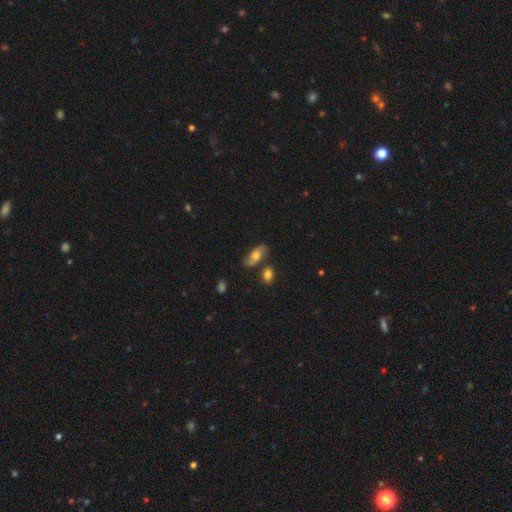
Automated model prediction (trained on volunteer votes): Smooth or featured?
  - smooth: 56% *
  - featured or disk: 36%
  - star or artifact: 8%
How rounded?
  - in between: 83% *
  - cigar-shaped: 11%
  - round: 5%
Merging?
  - none: 71% *
  - minor disturbance: 17%
  - merger: 8%
  - major disturbance: 5%